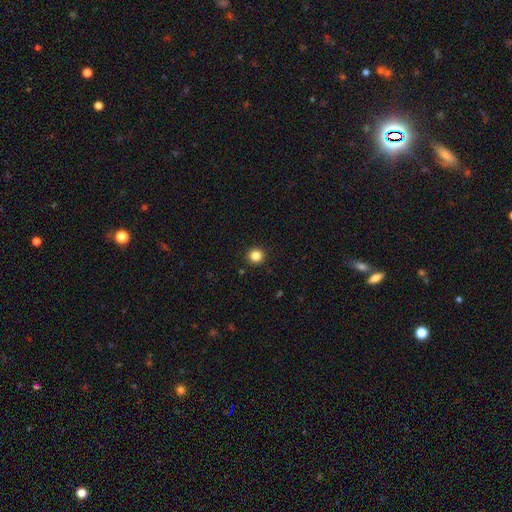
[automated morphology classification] smooth_or_featured: smooth (p=0.85) [alt: star or artifact p=0.11]
how_rounded: round (p=0.95) [alt: in between p=0.04]
merging: none (p=0.93) [alt: minor disturbance p=0.04]